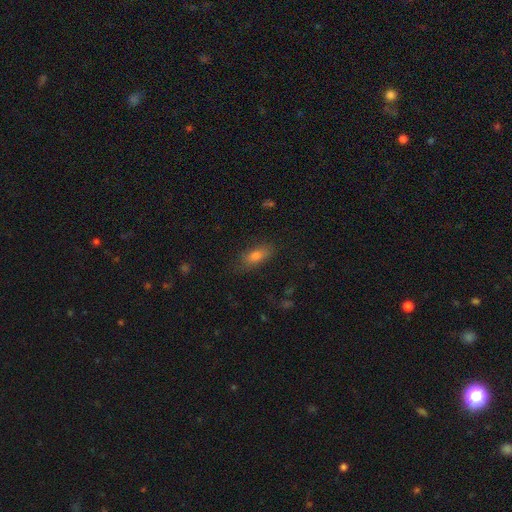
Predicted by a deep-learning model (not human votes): A smooth galaxy with no disk features (74%) that is in between round and cigar-shaped (73%).

Vote fractions:
- Smooth or featured? smooth: 74% / featured or disk: 14% / star or artifact: 12%
- How rounded? in between: 73% / cigar-shaped: 22% / round: 5%
- Merging? none: 81% / minor disturbance: 14% / major disturbance: 4% / merger: 1%